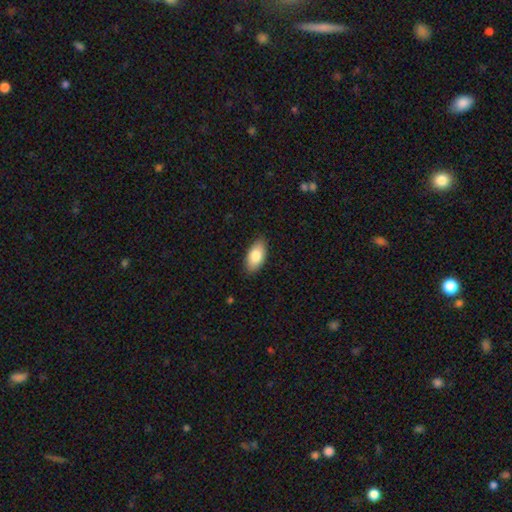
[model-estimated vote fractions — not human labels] The model was most divided on "smooth or featured": smooth: 82%, featured or disk: 12%, star or artifact: 6%. More confident: how rounded — in between (94%); merging — none (86%).